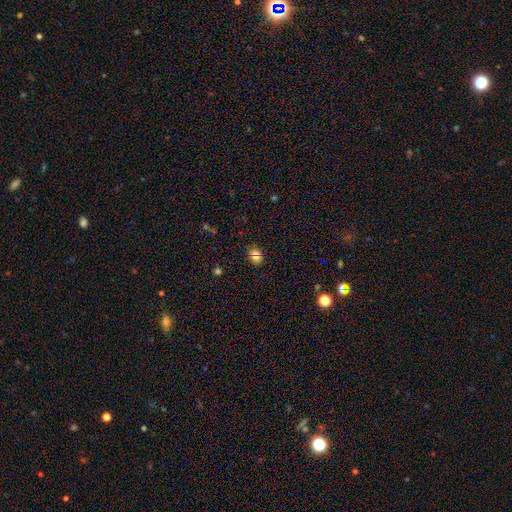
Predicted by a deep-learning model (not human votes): smooth 69%, star or artifact 21%, featured or disk 9%. Down the decision tree: how rounded — round (55%); merging — none (72%).